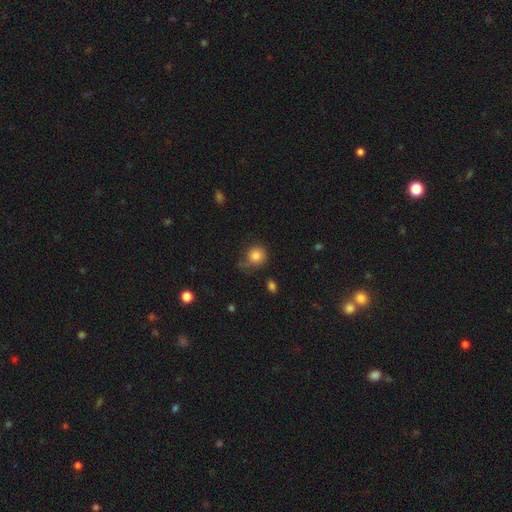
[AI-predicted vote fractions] smooth 83%, star or artifact 10%, featured or disk 7%. Down the decision tree: how rounded — round (87%); merging — none (61%).